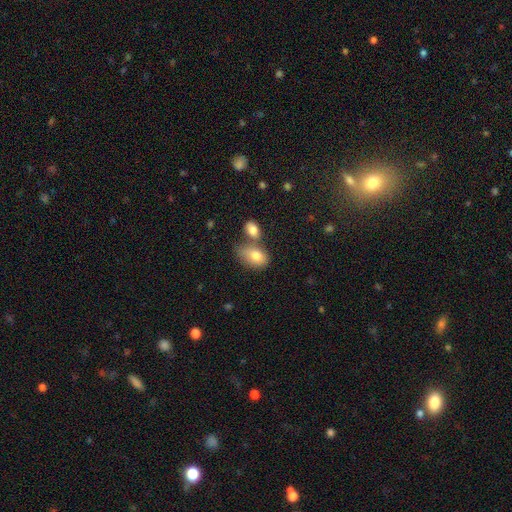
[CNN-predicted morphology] The model was most divided on "merging": none: 41%, merger: 38%, minor disturbance: 16%, major disturbance: 6%. More confident: how rounded — in between (87%); smooth or featured — smooth (78%).